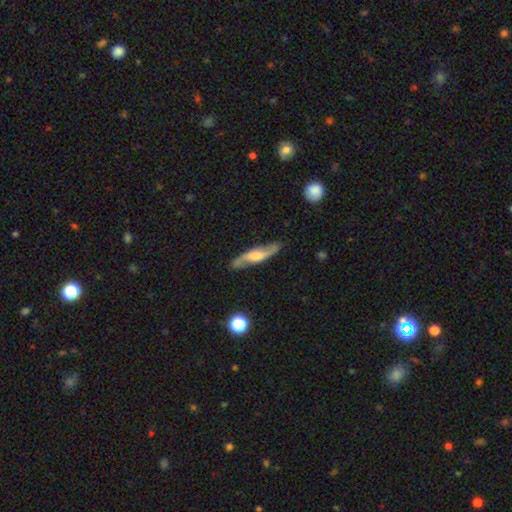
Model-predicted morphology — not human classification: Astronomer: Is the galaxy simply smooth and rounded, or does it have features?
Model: featured or disk — 72%.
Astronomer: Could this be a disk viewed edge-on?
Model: no — 65%.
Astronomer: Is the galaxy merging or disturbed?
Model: none — 84%.